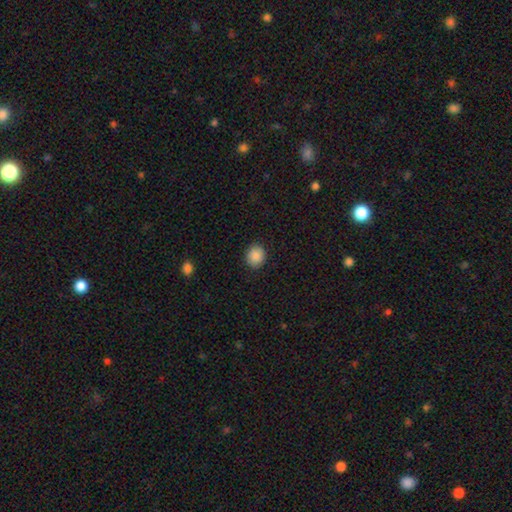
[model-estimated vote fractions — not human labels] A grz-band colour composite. It shows a smooth galaxy with no disk features (89%) that is round (77%). Merging: none (90%).